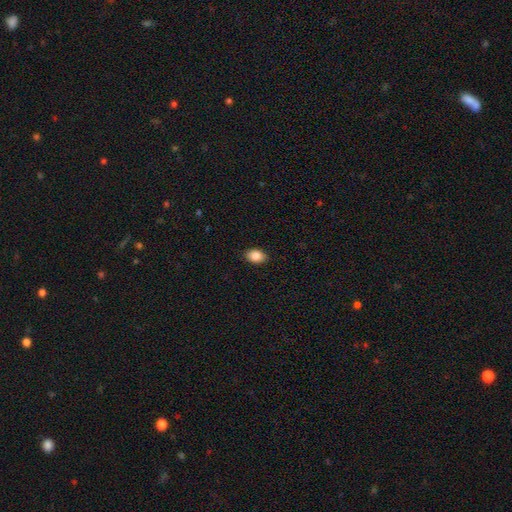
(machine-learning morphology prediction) smooth 87%, star or artifact 8%, featured or disk 5%. Down the decision tree: how rounded — in between (83%); merging — none (89%).